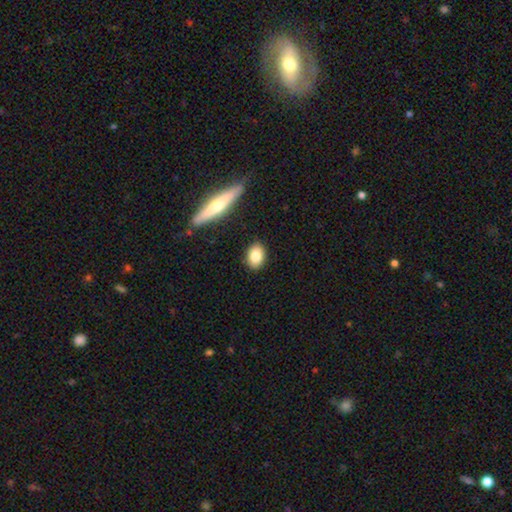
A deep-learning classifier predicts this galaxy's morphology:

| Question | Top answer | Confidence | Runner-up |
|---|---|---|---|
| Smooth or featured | smooth | 82% | featured or disk (10%) |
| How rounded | in between | 75% | round (22%) |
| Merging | none | 88% | minor disturbance (8%) |